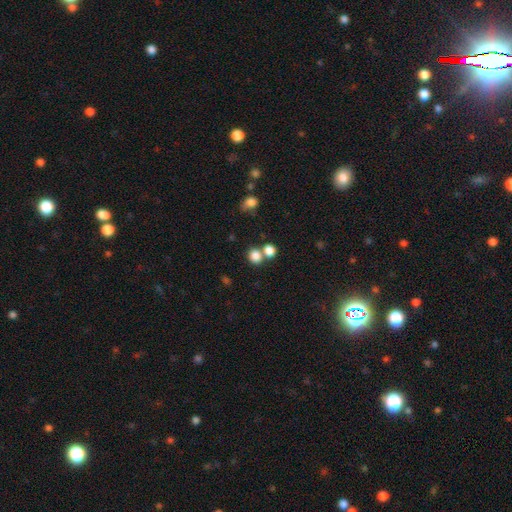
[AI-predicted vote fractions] This appears to be a smooth galaxy with no disk features (82%) that is round (76%). Merging: none (54%).